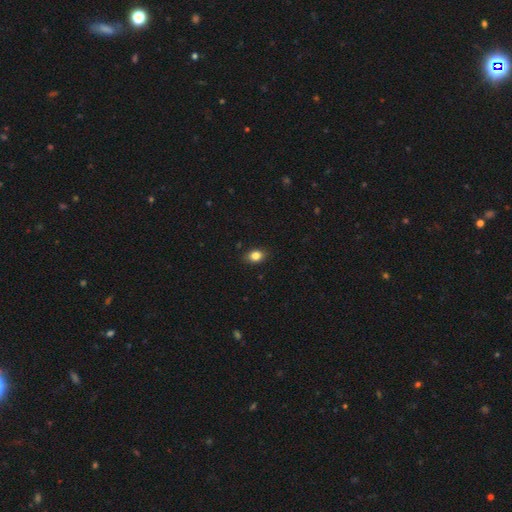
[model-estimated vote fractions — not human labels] Smooth or featured: smooth — 84% (star or artifact — 10%)
How rounded: in between — 71% (round — 27%)
Merging: none — 86% (minor disturbance — 10%)